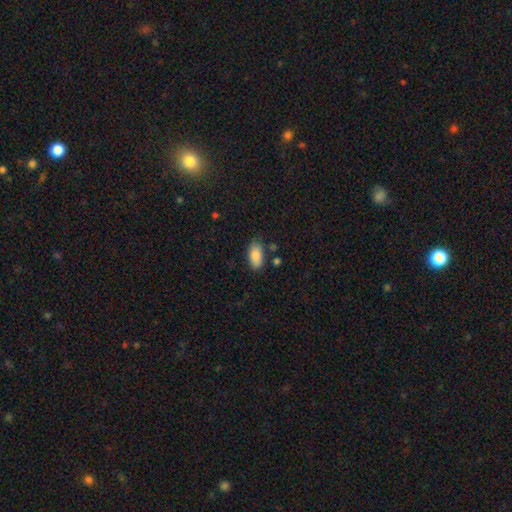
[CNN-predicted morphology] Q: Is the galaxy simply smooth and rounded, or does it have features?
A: smooth — 87%.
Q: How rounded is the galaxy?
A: in between — 92%.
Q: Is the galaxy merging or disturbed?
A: none — 73%.